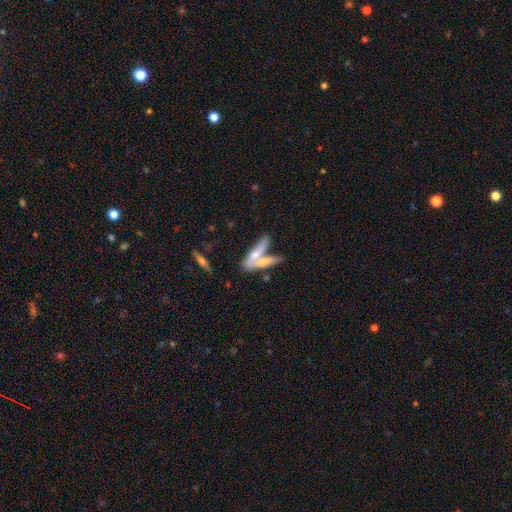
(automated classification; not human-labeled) This is possibly a smooth galaxy (53%). How rounded: likely cigar-shaped (70%). Merging: possibly merger (51%).